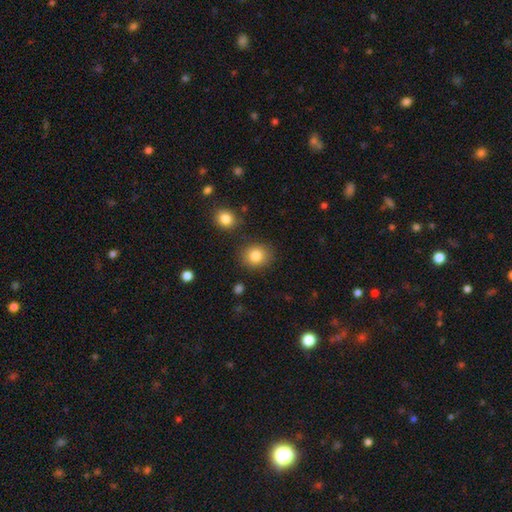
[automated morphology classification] A smooth galaxy with no disk features (84%) that is round (74%). Merging: none (85%).